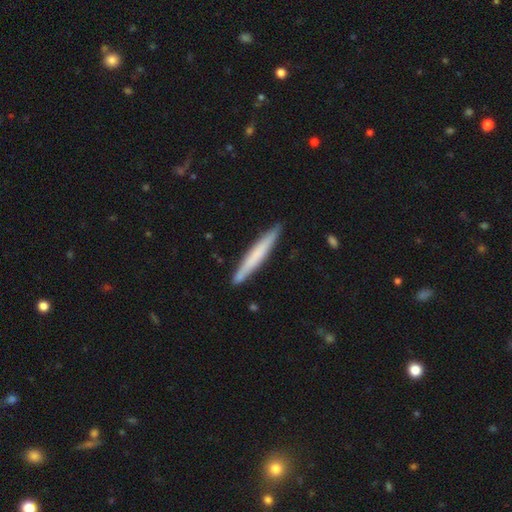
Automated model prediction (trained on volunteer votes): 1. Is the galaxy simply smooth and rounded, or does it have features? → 60% smooth, 34% featured or disk, 6% star or artifact.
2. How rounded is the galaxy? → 96% cigar-shaped, 3% in between, 1% round.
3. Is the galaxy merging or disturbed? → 88% none, 9% minor disturbance, 2% merger, 1% major disturbance.